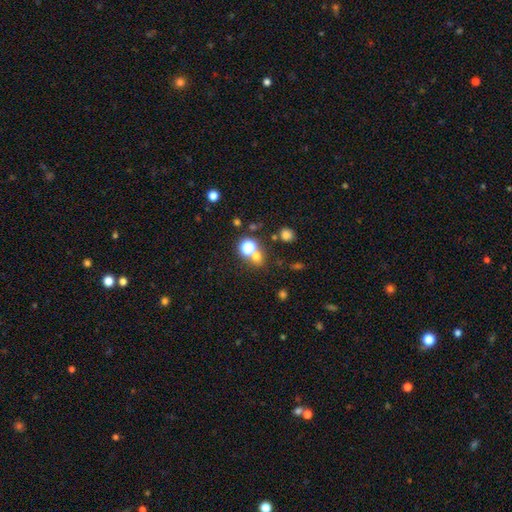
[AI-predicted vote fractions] The model was most divided on "merging": none: 57%, merger: 31%, minor disturbance: 8%, major disturbance: 4%. More confident: how rounded — round (77%); smooth or featured — smooth (62%).